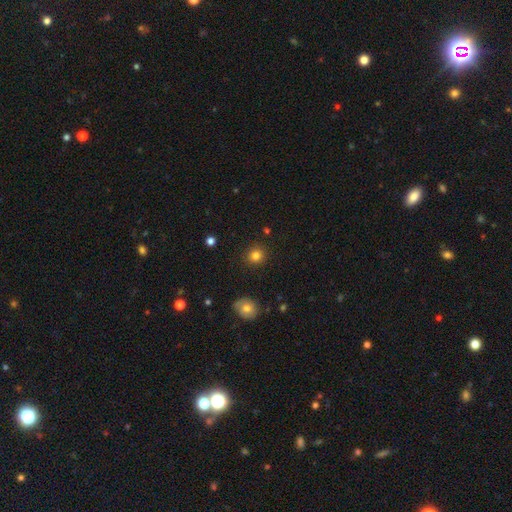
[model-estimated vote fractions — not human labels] smooth_or_featured: smooth (p=0.82) [alt: star or artifact p=0.12]
how_rounded: round (p=0.89) [alt: in between p=0.10]
merging: none (p=0.90) [alt: minor disturbance p=0.06]